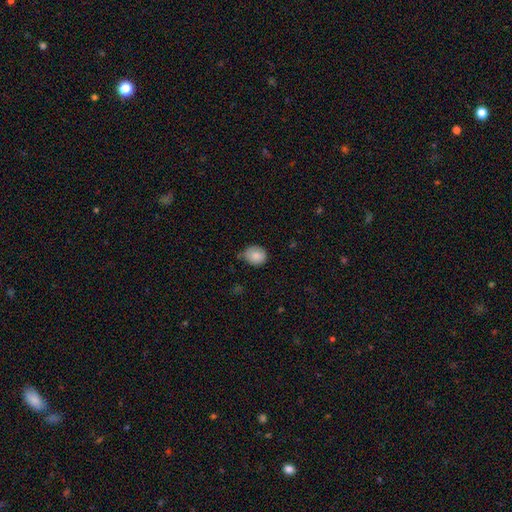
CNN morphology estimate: The model was most divided on "merging": none: 62%, minor disturbance: 30%, major disturbance: 5%, merger: 4%. More confident: smooth or featured — smooth (84%); how rounded — round (69%).